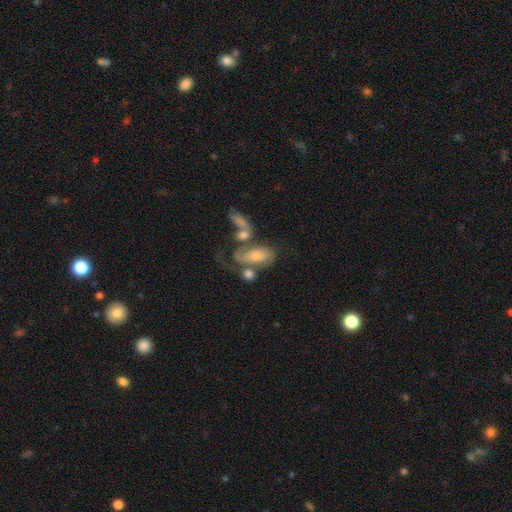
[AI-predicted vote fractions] Morphology: type=featured or disk (50%); merging=merger (40%).